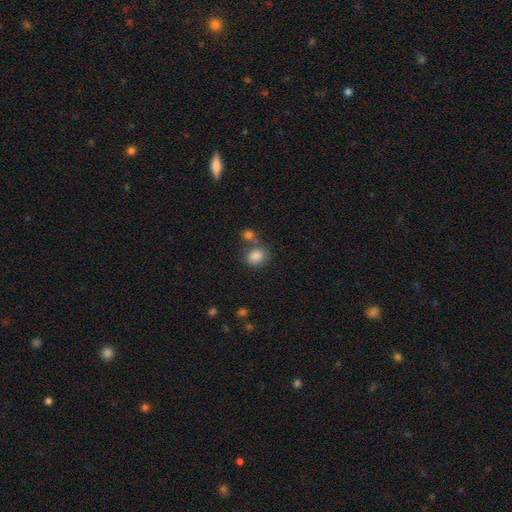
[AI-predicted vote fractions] Morphology: type=smooth (85%); roundness=round (65%); merging=none (58%).